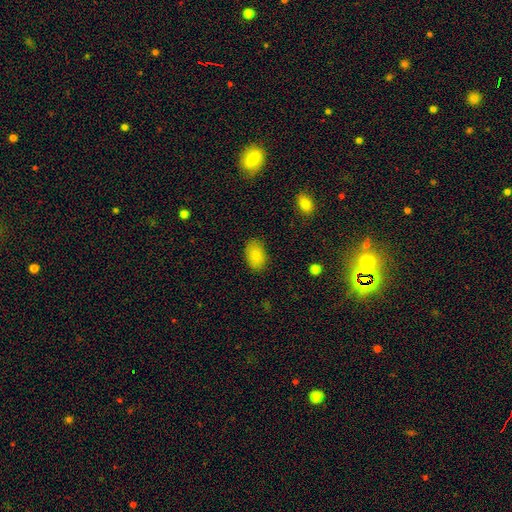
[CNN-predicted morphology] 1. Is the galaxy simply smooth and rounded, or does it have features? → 87% smooth, 8% star or artifact, 5% featured or disk.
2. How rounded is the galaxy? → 89% in between, 10% round, 1% cigar-shaped.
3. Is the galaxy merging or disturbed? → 85% none, 11% minor disturbance, 3% major disturbance, 1% merger.